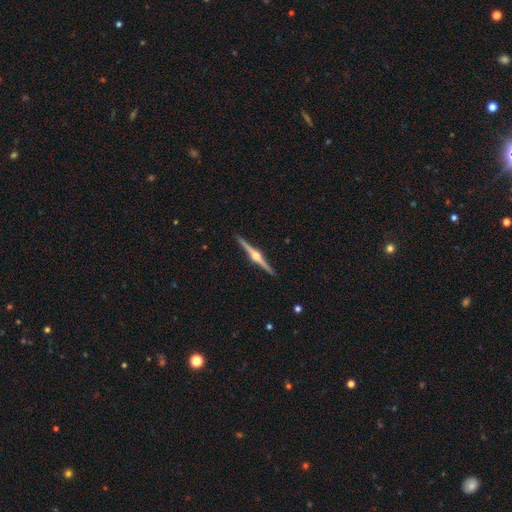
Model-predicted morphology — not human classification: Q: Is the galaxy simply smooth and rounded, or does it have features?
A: featured or disk — 88%.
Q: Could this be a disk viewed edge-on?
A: yes — 99%.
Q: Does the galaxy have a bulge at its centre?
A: rounded — 95%.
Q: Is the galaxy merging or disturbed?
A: none — 93%.